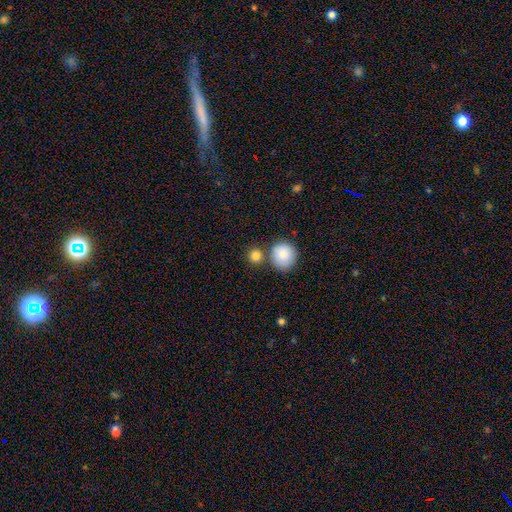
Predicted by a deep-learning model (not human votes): Smooth or featured? smooth (84%)
How rounded? round (89%)
Merging? none (69%)